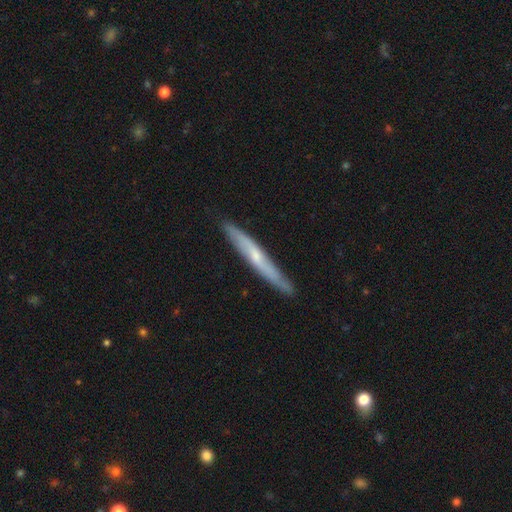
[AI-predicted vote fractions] smooth-or-featured: featured or disk: 57% | smooth: 37% | star or artifact: 6%
  disk-edge-on: yes: 88% | no: 12%
    edge-on-bulge: rounded: 49% | none: 47% | boxy: 4%
  merging: none: 88% | minor disturbance: 10% | major disturbance: 2% | merger: 1%